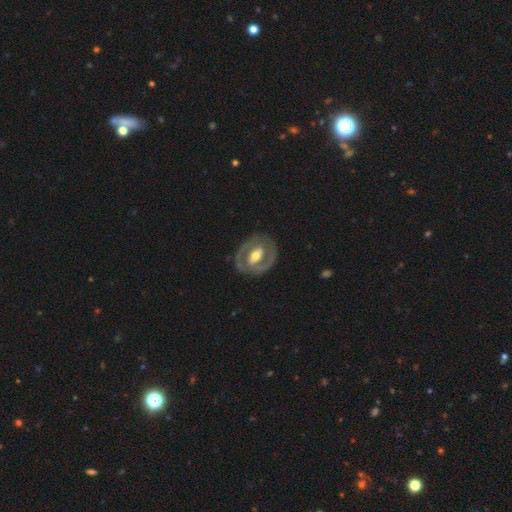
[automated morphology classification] Q: Smooth or featured?
A: featured or disk (76%); runner-up: smooth (20%)
Q: Edge-on disk?
A: no (95%); runner-up: yes (5%)
Q: Bar?
A: strong (41%); runner-up: weak (33%)
Q: Spiral arms?
A: yes (53%); runner-up: no (47%)
Q: Bulge size?
A: moderate (67%); runner-up: small (16%)
Q: Merging?
A: none (78%); runner-up: minor disturbance (14%)